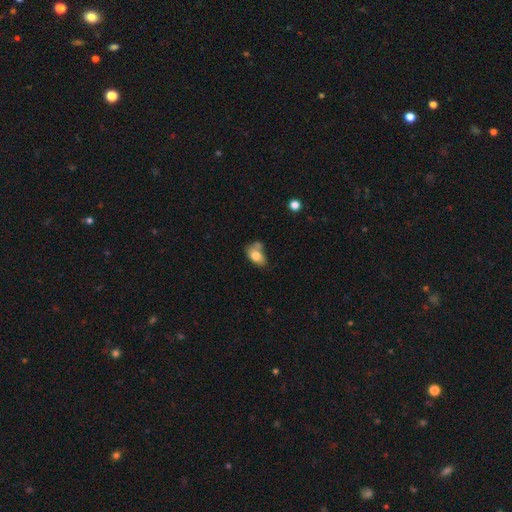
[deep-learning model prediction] Morphology: type=smooth (77%); roundness=in between (84%); merging=none (37%).